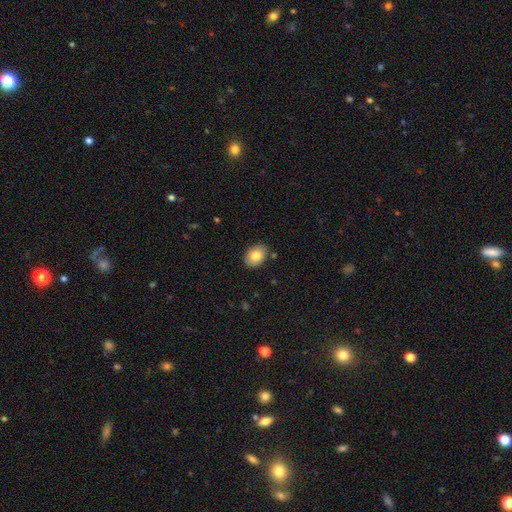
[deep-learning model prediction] Smooth or featured?
  - smooth: 82% *
  - featured or disk: 11%
  - star or artifact: 7%
How rounded?
  - in between: 82% *
  - round: 17%
  - cigar-shaped: 1%
Merging?
  - none: 84% *
  - minor disturbance: 12%
  - major disturbance: 2%
  - merger: 2%